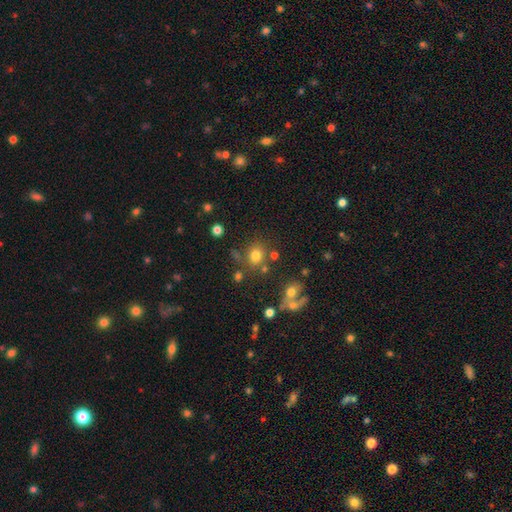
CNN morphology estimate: Smooth or featured? Predicted: smooth (p=0.74). How rounded? Predicted: round (p=0.78). Merging? Predicted: none (p=0.70).